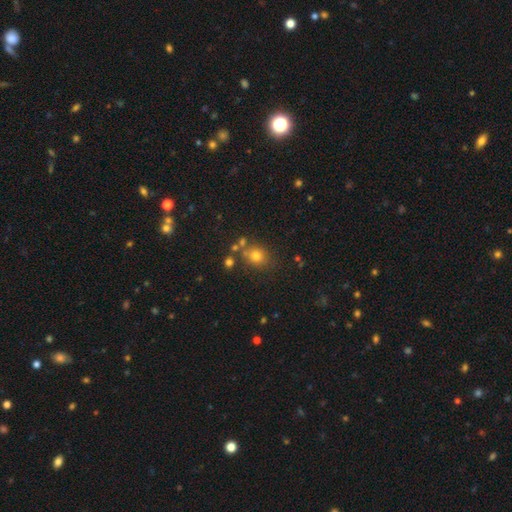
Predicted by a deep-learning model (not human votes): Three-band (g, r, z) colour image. It shows a smooth galaxy with no disk features (73%) that is round (69%). Merging: none (70%).